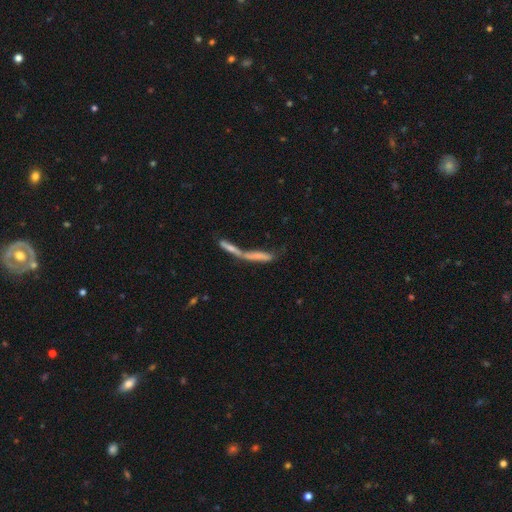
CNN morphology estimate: smooth_or_featured: smooth (p=0.46) [alt: featured or disk p=0.39]
merging: merger (p=0.67) [alt: none p=0.16]